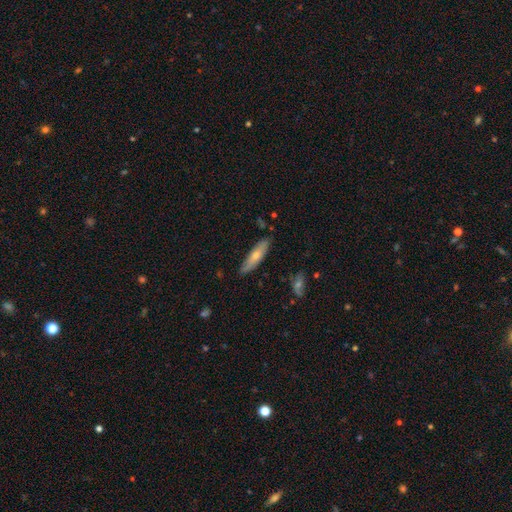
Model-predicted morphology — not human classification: smooth 60%, featured or disk 34%, star or artifact 6%. Down the decision tree: how rounded — cigar-shaped (66%); merging — none (82%).